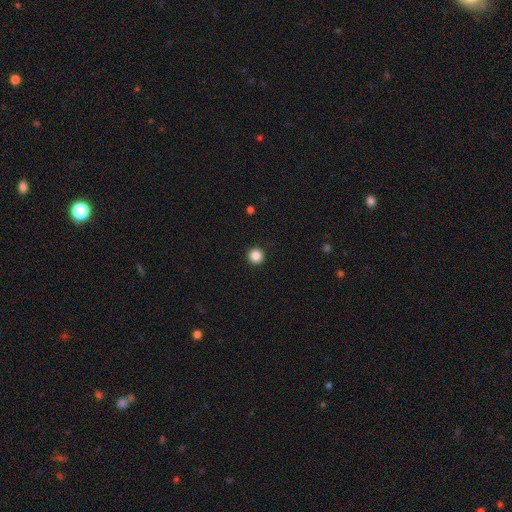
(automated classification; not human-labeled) Smooth or featured: smooth — 86% (star or artifact — 11%)
How rounded: round — 96% (in between — 3%)
Merging: none — 93% (minor disturbance — 4%)